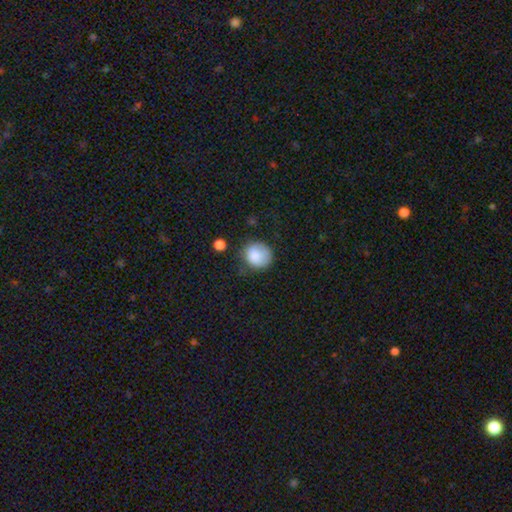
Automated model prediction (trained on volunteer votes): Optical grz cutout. It shows a smooth galaxy with no disk features (84%) that is round (78%). Merging: none (62%).